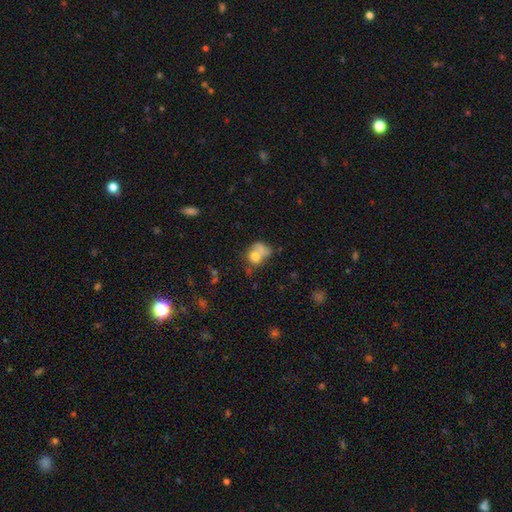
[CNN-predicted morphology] This appears to be a smooth galaxy with no disk features (68%) that is round (51%). Merging: merger (37%).